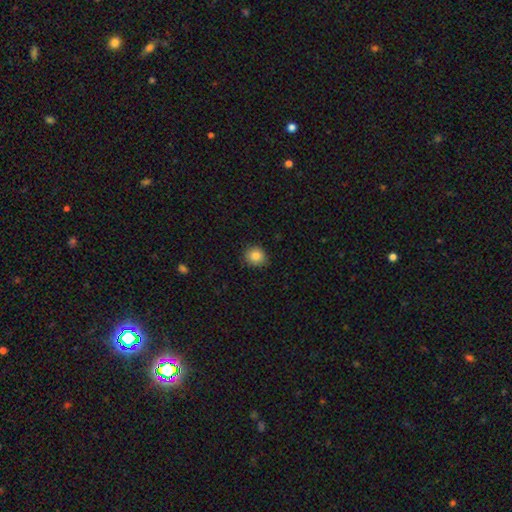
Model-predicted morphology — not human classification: Smooth or featured? smooth (83%)
How rounded? round (85%)
Merging? none (88%)